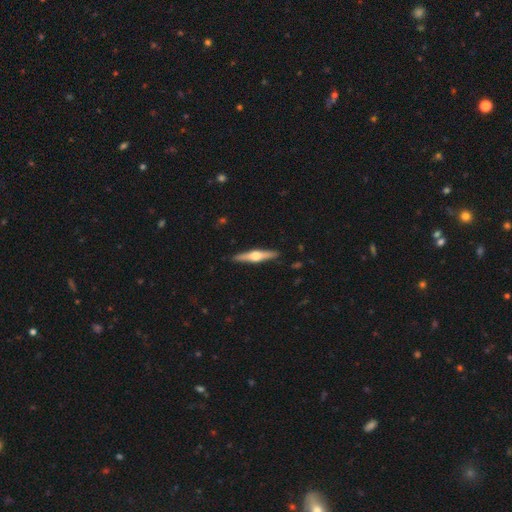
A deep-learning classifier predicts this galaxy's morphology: Smooth or featured?
  - featured or disk: 71% *
  - smooth: 24%
  - star or artifact: 5%
Edge-on disk?
  - yes: 97% *
  - no: 3%
Edge-on bulge?
  - rounded: 95% *
  - boxy: 3%
  - none: 2%
Merging?
  - none: 91% *
  - minor disturbance: 7%
  - major disturbance: 1%
  - merger: 1%